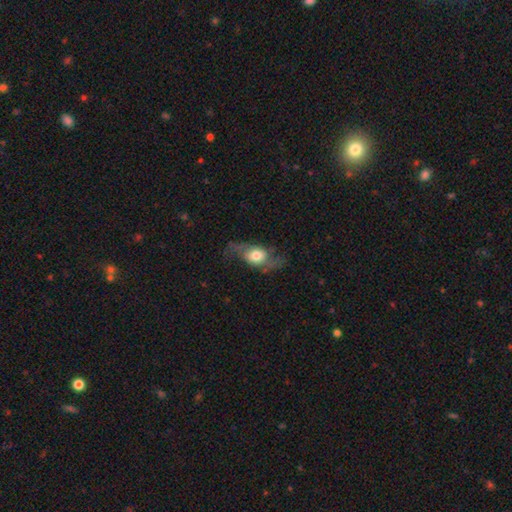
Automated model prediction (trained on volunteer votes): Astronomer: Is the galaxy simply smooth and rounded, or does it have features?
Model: featured or disk — 57% (runner-up: smooth, 36%).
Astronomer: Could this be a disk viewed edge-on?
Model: no — 78%.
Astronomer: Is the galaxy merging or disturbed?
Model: none — 55%.